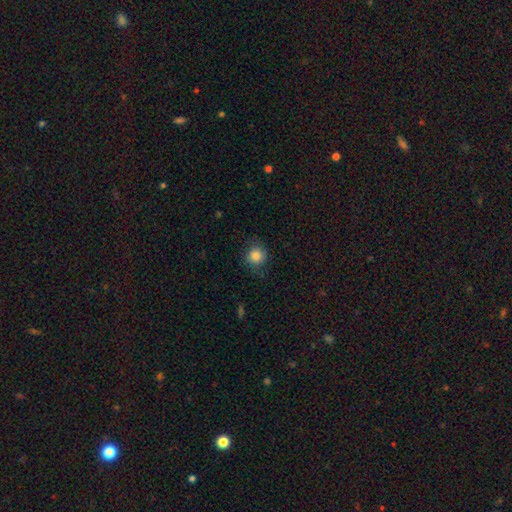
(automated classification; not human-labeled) This is clearly a smooth galaxy (84%). How rounded: clearly round (90%). Merging: likely none (80%).